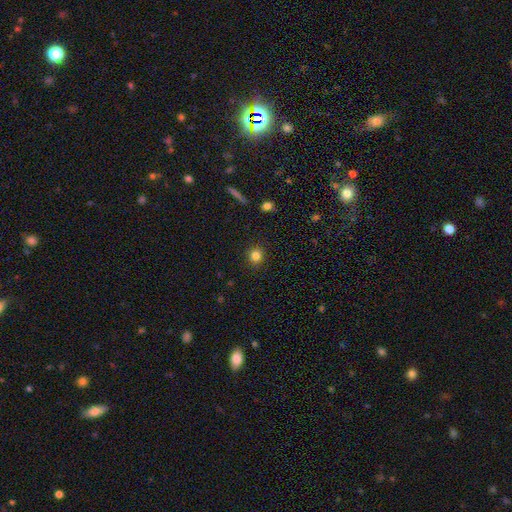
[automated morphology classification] type=smooth (83%); roundness=round (85%); merging=none (89%).